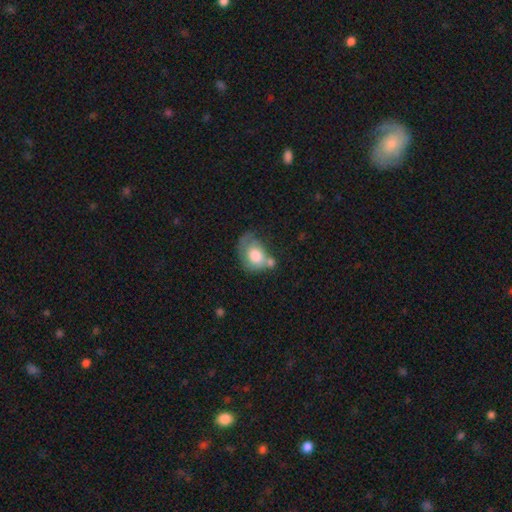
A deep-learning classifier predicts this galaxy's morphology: This is likely a smooth galaxy (68%). How rounded: likely in between (61%). Merging: marginally merger (29%).